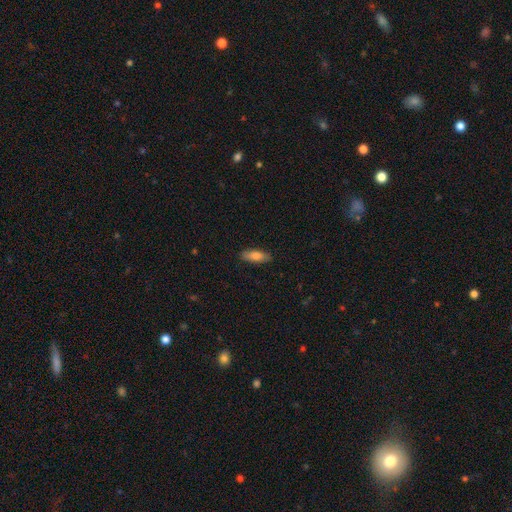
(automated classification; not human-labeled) This is likely a smooth galaxy (78%). How rounded: likely in between (65%). Merging: clearly none (87%).